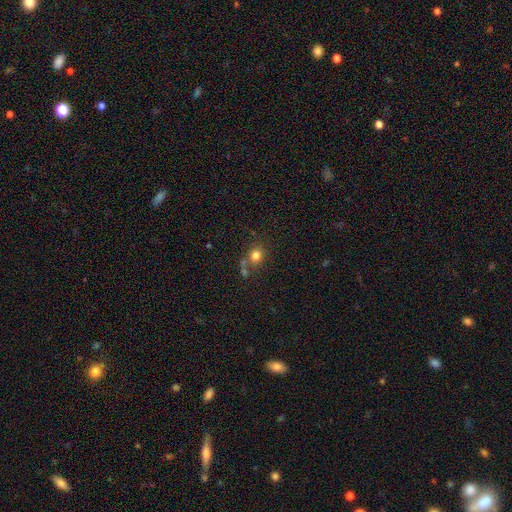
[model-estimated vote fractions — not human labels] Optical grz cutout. It shows a smooth galaxy with no disk features (79%) that is round (78%). Merging: none (61%).